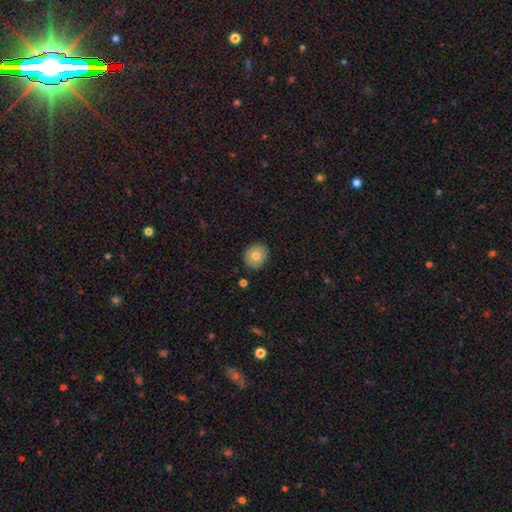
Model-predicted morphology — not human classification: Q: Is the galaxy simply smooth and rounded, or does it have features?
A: smooth — 76%.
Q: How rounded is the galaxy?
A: round — 77%.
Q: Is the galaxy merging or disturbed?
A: none — 86%.